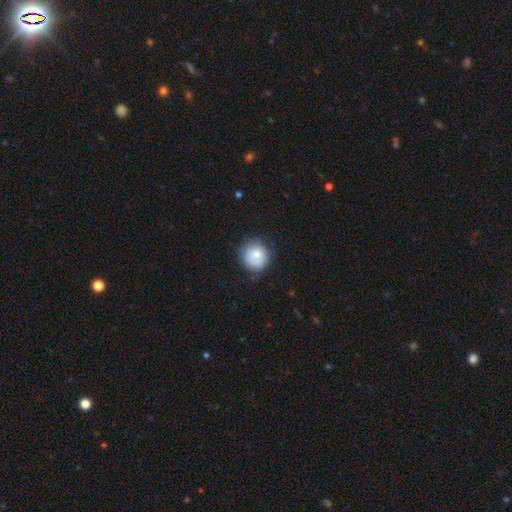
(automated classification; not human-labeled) Overall: smooth (82%). How rounded: round (89%). Merging: none (77%).